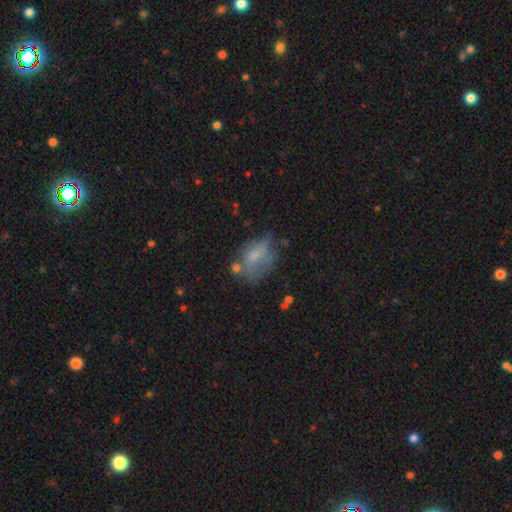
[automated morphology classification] smooth-or-featured: smooth: 55% | featured or disk: 33% | star or artifact: 13%
  how-rounded: in between: 73% | round: 24% | cigar-shaped: 3%
  merging: none: 35% | minor disturbance: 28% | major disturbance: 26% | merger: 12%